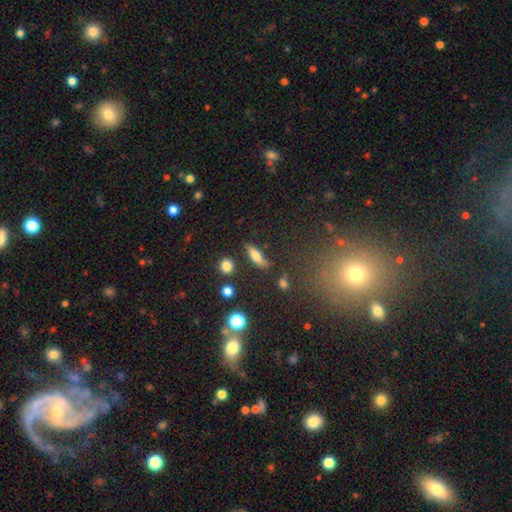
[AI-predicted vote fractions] smooth-or-featured: smooth: 61% | featured or disk: 30% | star or artifact: 10%
  how-rounded: cigar-shaped: 52% | in between: 42% | round: 6%
  merging: none: 73% | minor disturbance: 17% | major disturbance: 5% | merger: 5%